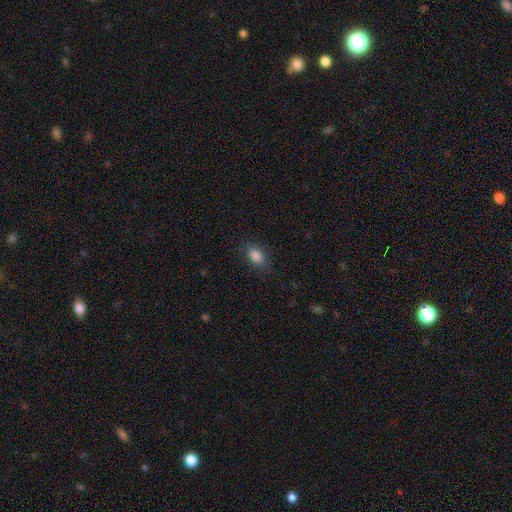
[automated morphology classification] type=smooth (86%); roundness=in between (88%); merging=none (83%).